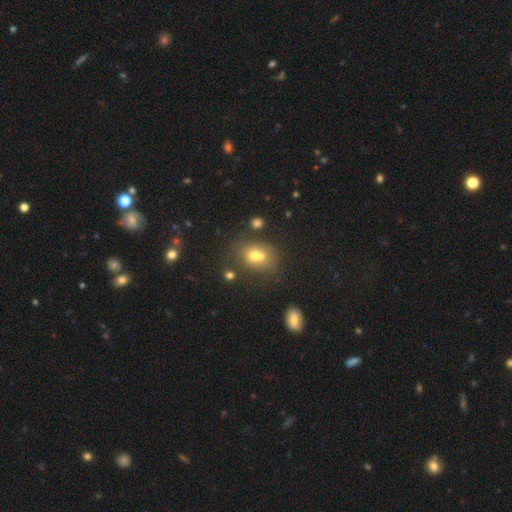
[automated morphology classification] smooth 64%, featured or disk 19%, star or artifact 17%. Down the decision tree: how rounded — in between (52%); merging — merger (42%).